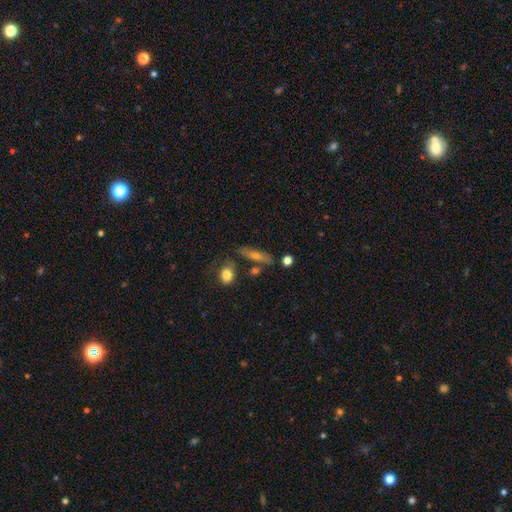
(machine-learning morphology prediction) This appears to be a smooth galaxy with no disk features (46%). Merging: none (73%).